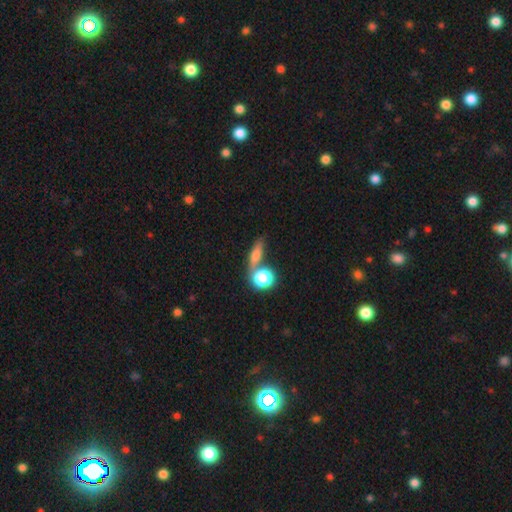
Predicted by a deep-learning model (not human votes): A smooth galaxy with no disk features (62%) that is cigar-shaped (40%).

Vote fractions:
- Smooth or featured? smooth: 62% / featured or disk: 22% / star or artifact: 16%
- How rounded? cigar-shaped: 40% / in between: 34% / round: 26%
- Merging? none: 58% / merger: 23% / minor disturbance: 12% / major disturbance: 7%